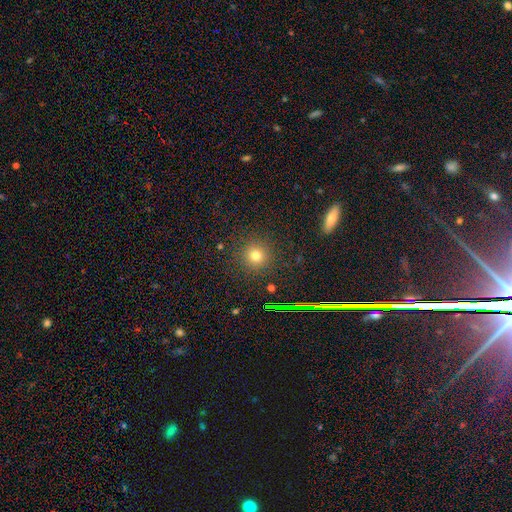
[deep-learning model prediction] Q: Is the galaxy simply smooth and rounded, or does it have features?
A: smooth — 75%.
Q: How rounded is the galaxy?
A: round — 93%.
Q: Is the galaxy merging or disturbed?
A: none — 89%.